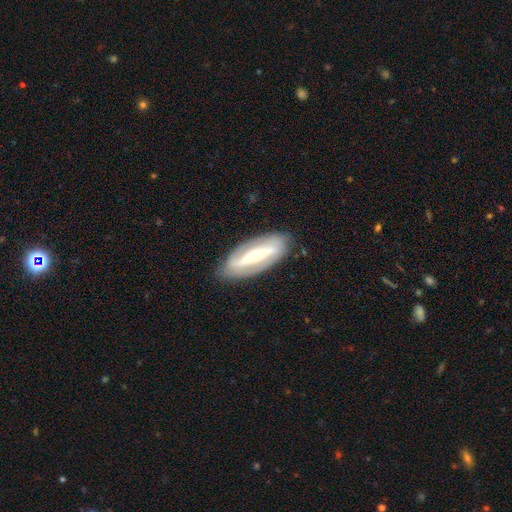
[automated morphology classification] This appears to be a featured or disk galaxy (80%) with a strong bar (73%), spiral arms (74%) and a moderate central bulge (49%). Merging: none (84%).